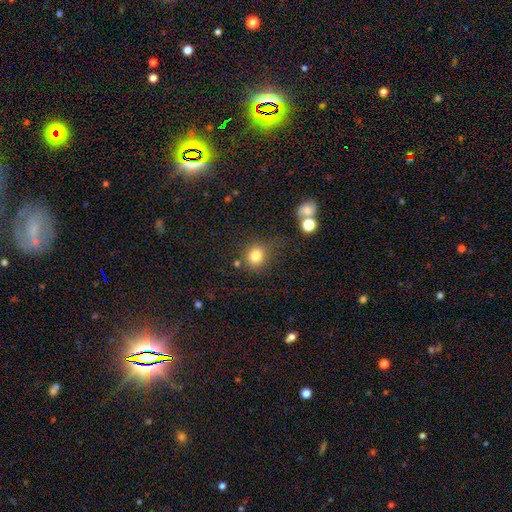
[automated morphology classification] type=smooth (81%); roundness=round (78%); merging=none (69%).